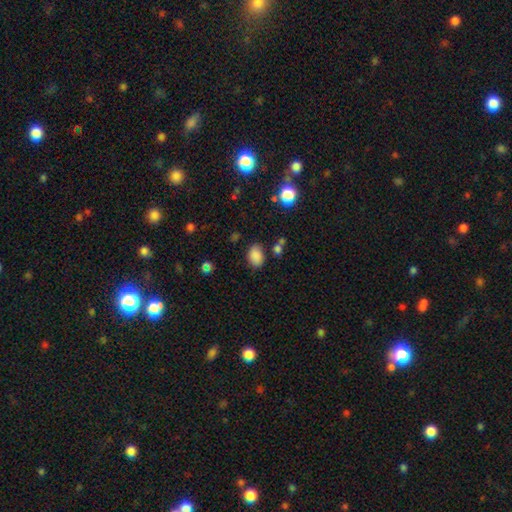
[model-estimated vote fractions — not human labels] smooth_or_featured: smooth (p=0.85) [alt: star or artifact p=0.11]
how_rounded: in between (p=0.81) [alt: round p=0.17]
merging: none (p=0.77) [alt: minor disturbance p=0.14]